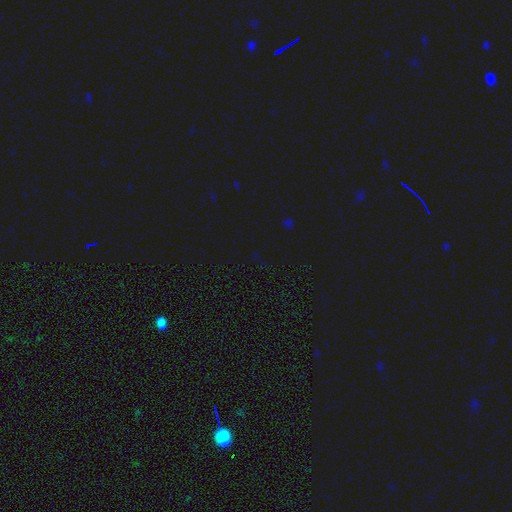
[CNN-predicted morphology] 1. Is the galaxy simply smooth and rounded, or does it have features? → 75% star or artifact, 19% smooth, 7% featured or disk.